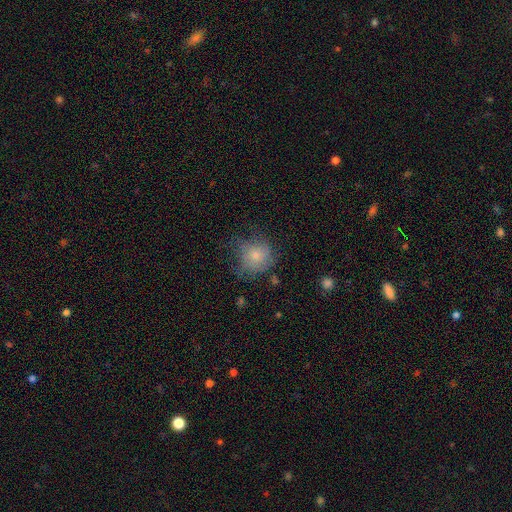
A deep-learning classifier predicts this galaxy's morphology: Smooth or featured? Predicted: smooth (p=0.70). How rounded? Predicted: round (p=0.82). Merging? Predicted: none (p=0.50).